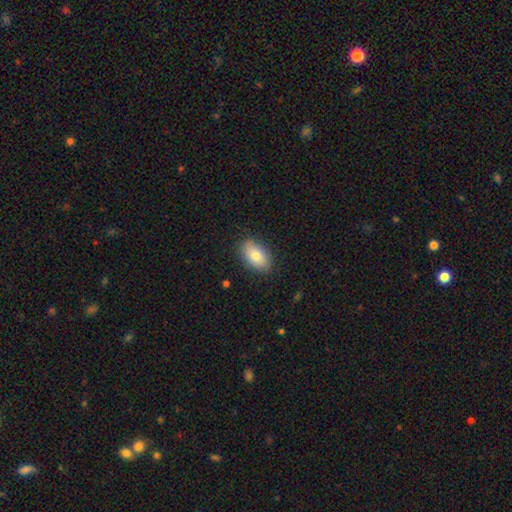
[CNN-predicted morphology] type=smooth (80%); roundness=in between (92%); merging=none (86%).